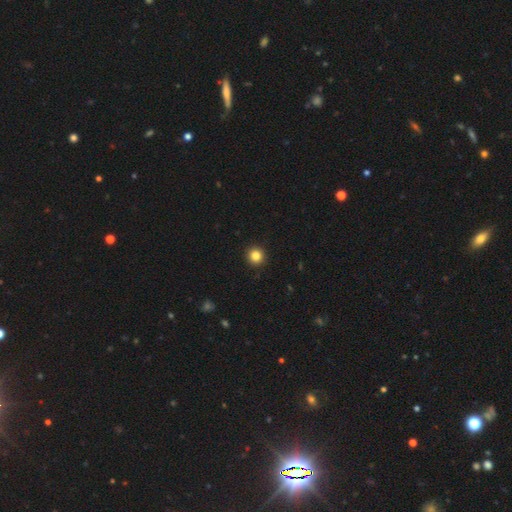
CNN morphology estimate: This appears to be a smooth galaxy with no disk features (84%) that is round (95%). Merging: none (93%).